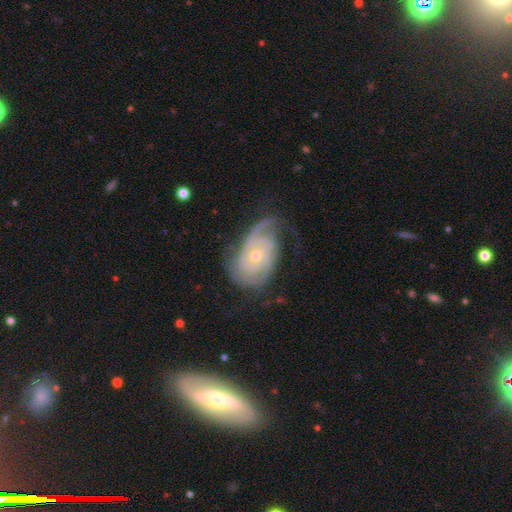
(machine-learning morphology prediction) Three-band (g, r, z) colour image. It shows a featured or disk galaxy (87%) with no bar (75%), 3 (29%) tight (65%) spiral arms (96%) and a small central bulge (57%). Merging: none (59%).